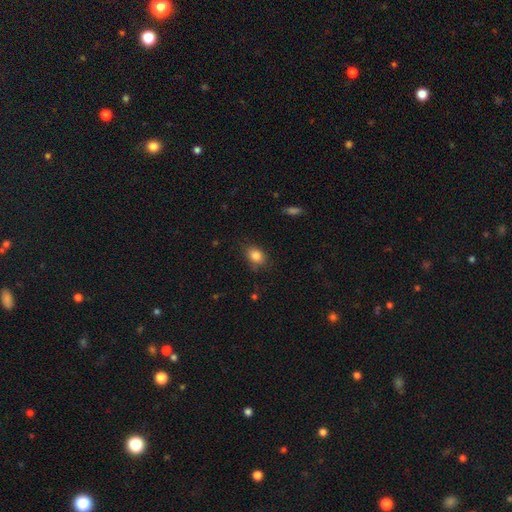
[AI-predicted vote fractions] Smooth or featured? smooth (84%)
How rounded? in between (66%)
Merging? none (76%)